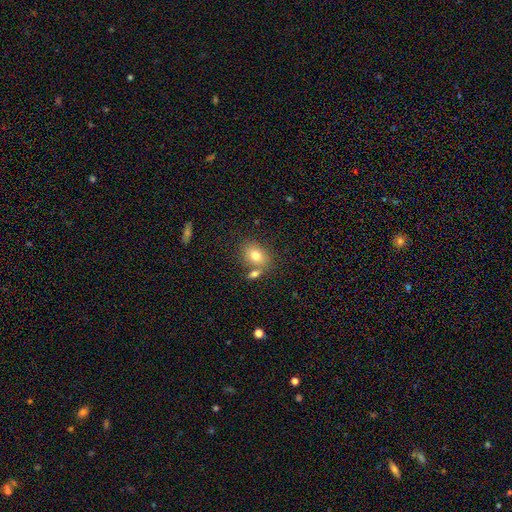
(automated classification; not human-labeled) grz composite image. It shows a smooth galaxy with no disk features (78%) that is in between round and cigar-shaped (63%). Merging: none (61%).